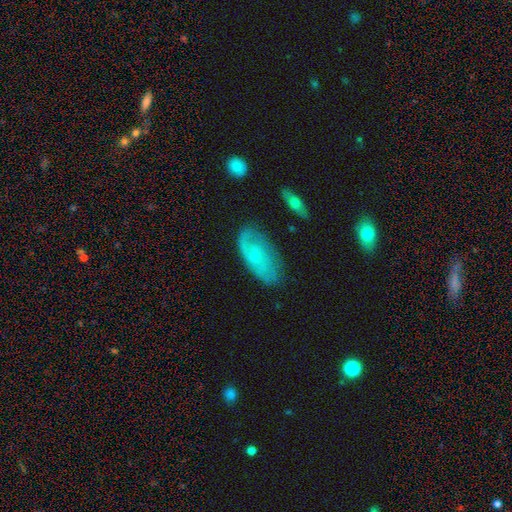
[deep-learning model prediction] The model was most divided on "smooth or featured": featured or disk: 55%, smooth: 37%, star or artifact: 7%. More confident: edge-on disk — no (92%); bulge size — small (79%); spiral arms — yes (75%); bar — no (75%); merging — none (66%).